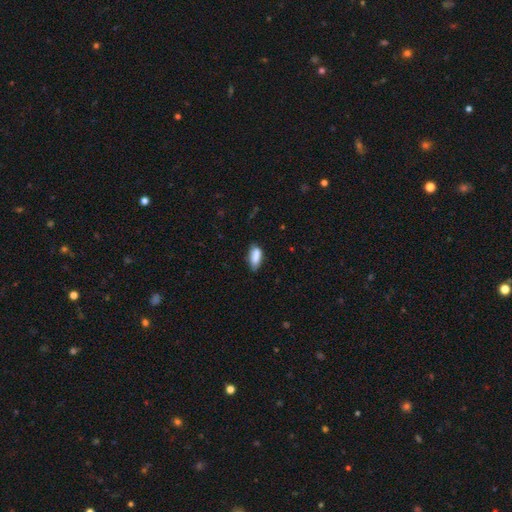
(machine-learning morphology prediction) smooth 84%, featured or disk 8%, star or artifact 8%. Down the decision tree: how rounded — in between (79%); merging — none (62%).